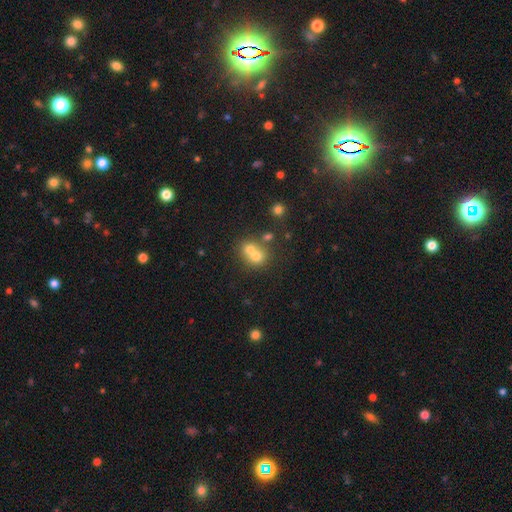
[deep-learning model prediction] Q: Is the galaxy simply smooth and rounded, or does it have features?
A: smooth — 66%.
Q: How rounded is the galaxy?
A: round — 77%.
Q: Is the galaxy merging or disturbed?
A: merger — 60%.